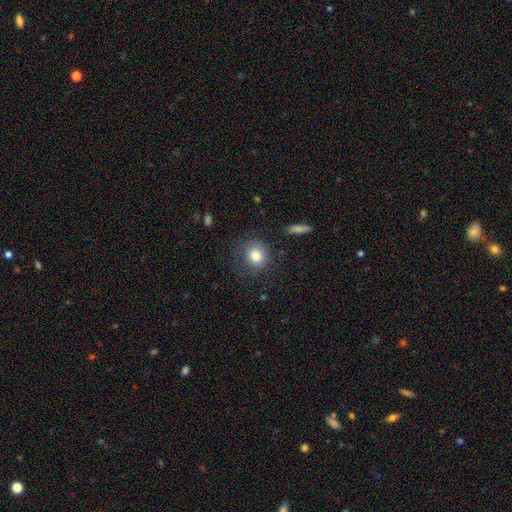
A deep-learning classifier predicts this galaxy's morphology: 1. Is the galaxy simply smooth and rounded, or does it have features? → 81% smooth, 10% star or artifact, 9% featured or disk.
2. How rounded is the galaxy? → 86% round, 13% in between, 1% cigar-shaped.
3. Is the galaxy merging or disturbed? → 78% none, 14% minor disturbance, 6% major disturbance, 2% merger.